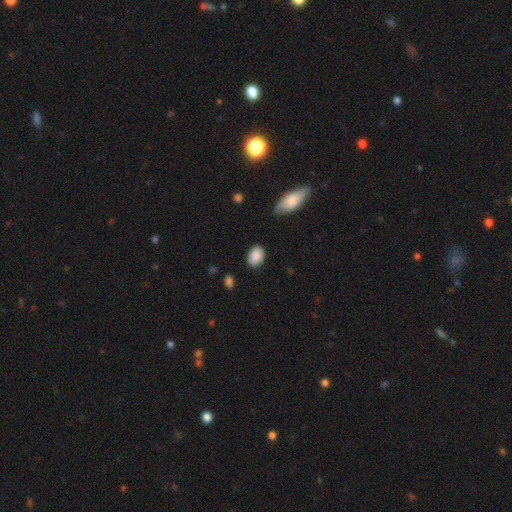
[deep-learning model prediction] Morphology: type=smooth (89%); roundness=in between (81%); merging=none (84%).